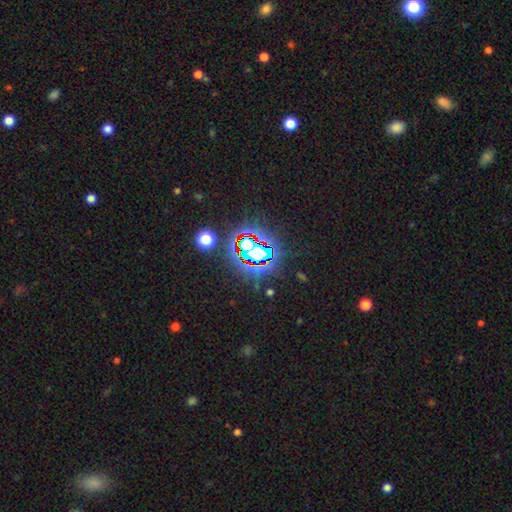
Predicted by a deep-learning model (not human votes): This appears to be a star or artifact, not a galaxy (74%).